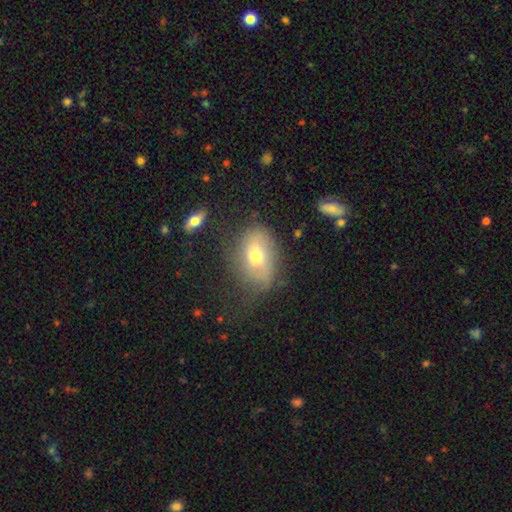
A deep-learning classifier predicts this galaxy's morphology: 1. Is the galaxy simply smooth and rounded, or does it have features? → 55% smooth, 34% featured or disk, 10% star or artifact.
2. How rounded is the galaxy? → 82% in between, 16% round, 2% cigar-shaped.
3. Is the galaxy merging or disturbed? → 53% none, 29% minor disturbance, 16% major disturbance, 3% merger.